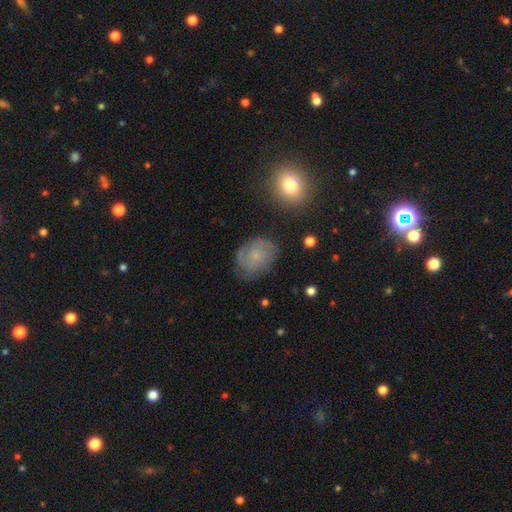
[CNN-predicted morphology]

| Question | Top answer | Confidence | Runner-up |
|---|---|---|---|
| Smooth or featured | featured or disk | 45% | smooth (44%) |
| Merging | none | 73% | minor disturbance (19%) |